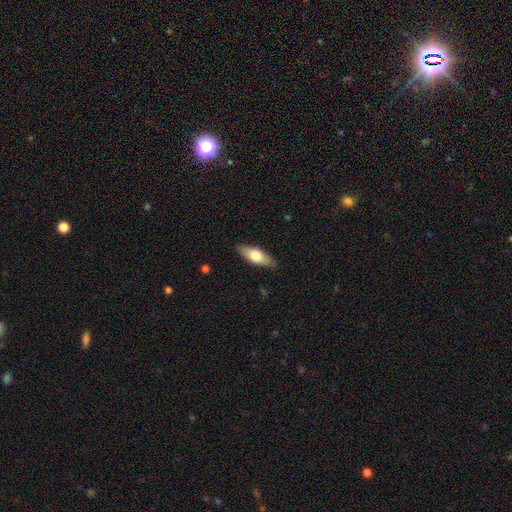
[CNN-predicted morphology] Smooth or featured? Predicted: smooth (p=0.64). How rounded? Predicted: in between (p=0.67). Merging? Predicted: none (p=0.87).